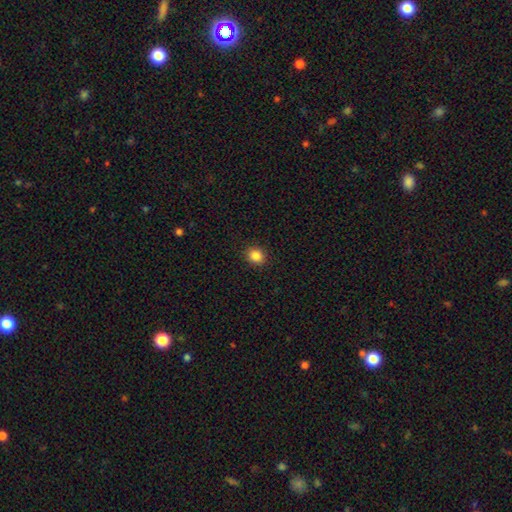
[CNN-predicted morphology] Q: Smooth or featured?
A: smooth (86%); runner-up: star or artifact (10%)
Q: How rounded?
A: round (77%); runner-up: in between (22%)
Q: Merging?
A: none (91%); runner-up: minor disturbance (6%)